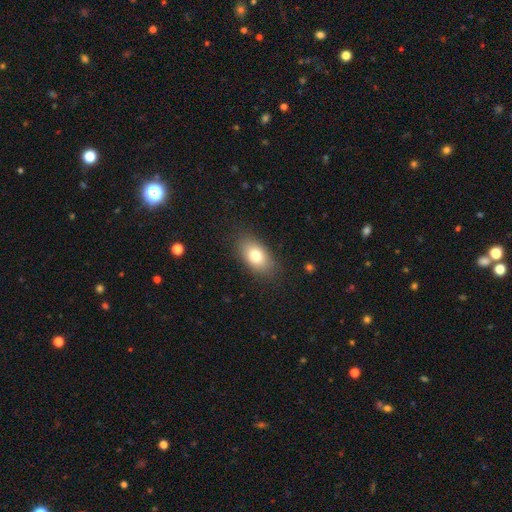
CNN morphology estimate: smooth-or-featured: smooth: 77% | featured or disk: 14% | star or artifact: 9%
  how-rounded: in between: 88% | round: 9% | cigar-shaped: 3%
  merging: none: 84% | minor disturbance: 11% | major disturbance: 3% | merger: 1%